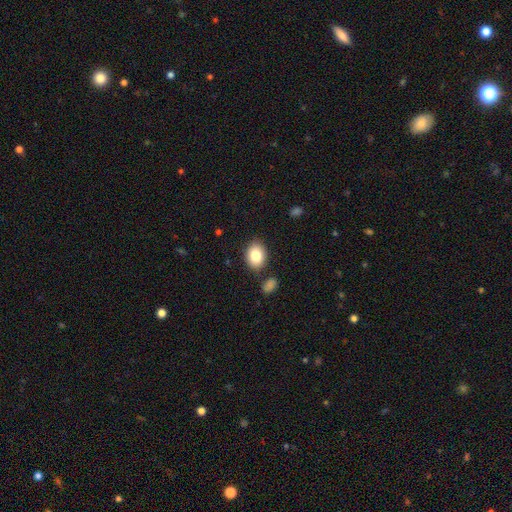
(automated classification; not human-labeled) This appears to be a smooth galaxy with no disk features (83%) that is in between round and cigar-shaped (70%). Merging: none (83%).